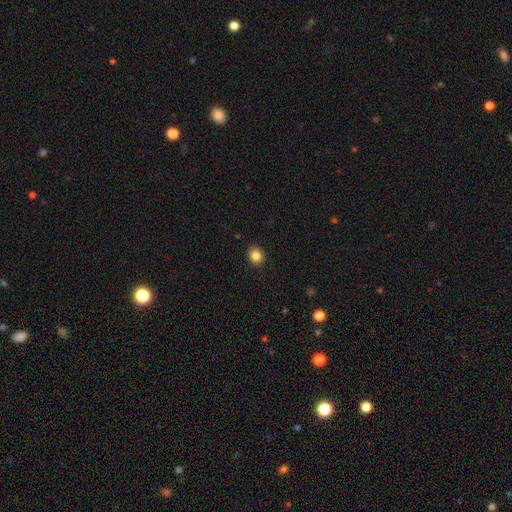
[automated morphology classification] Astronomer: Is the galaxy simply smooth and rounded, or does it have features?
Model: smooth — 84%.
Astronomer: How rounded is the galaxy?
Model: round — 68%.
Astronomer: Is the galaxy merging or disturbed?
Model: none — 90%.